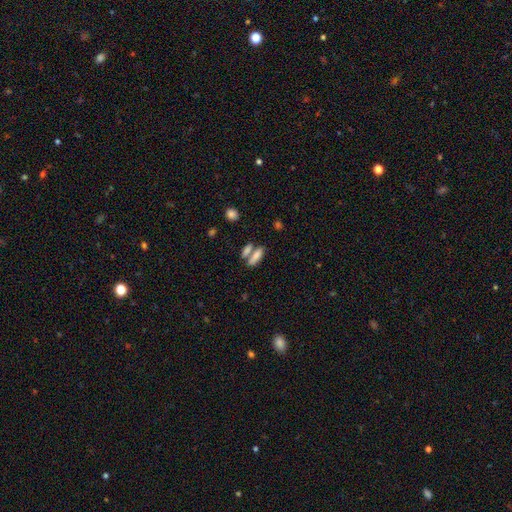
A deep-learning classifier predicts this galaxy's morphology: This appears to be a smooth galaxy with no disk features (78%) that is in between round and cigar-shaped (56%). Merging: none (44%).